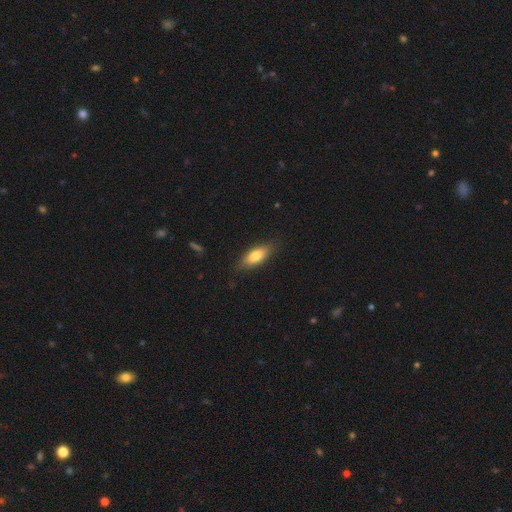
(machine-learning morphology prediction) This is likely a smooth galaxy (74%). How rounded: likely in between (72%). Merging: clearly none (81%).